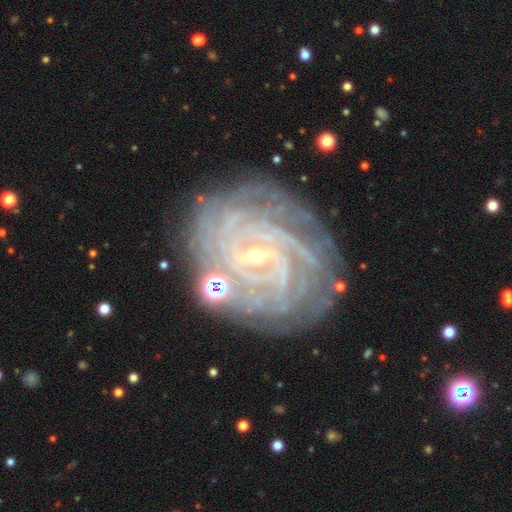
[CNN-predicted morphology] smooth-or-featured: featured or disk: 90% | star or artifact: 6% | smooth: 4%
  disk-edge-on: no: 97% | yes: 3%
    bar: weak: 46% | no: 29% | strong: 25%
    has-spiral-arms: yes: 98% | no: 2%
      spiral-winding: tight: 83% | medium: 14% | loose: 2%
      spiral-arm-count: 4: 26% | more than 4: 24% | can't tell: 19% | 3: 13% | 2: 10% | 1: 8%
    bulge-size: small: 81% | moderate: 15% | none: 2% | large: 1% | dominant: 1%
  merging: none: 78% | minor disturbance: 14% | major disturbance: 5% | merger: 4%